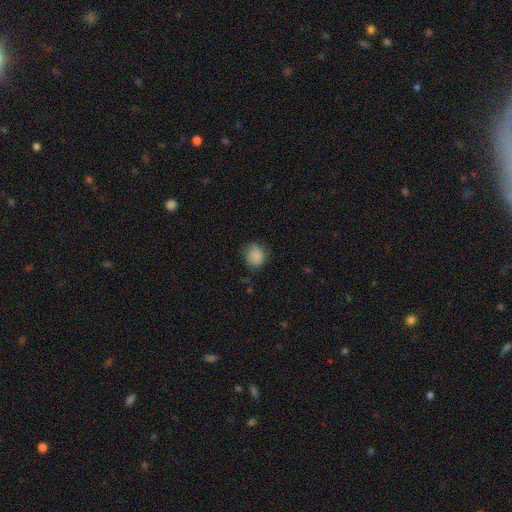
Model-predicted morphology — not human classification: This is clearly a smooth galaxy (85%). How rounded: likely round (70%). Merging: likely none (71%).